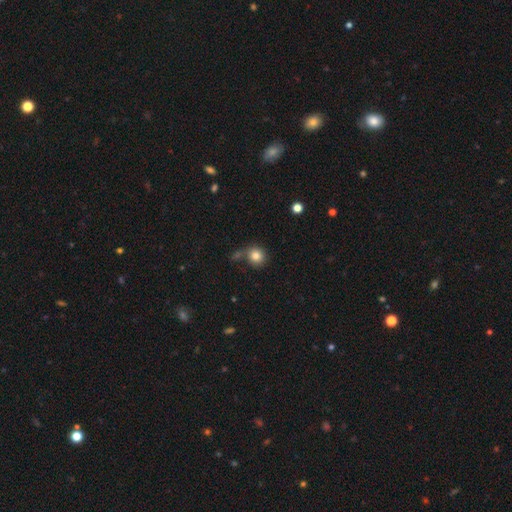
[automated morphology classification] smooth 82%, star or artifact 11%, featured or disk 8%. Down the decision tree: how rounded — round (88%); merging — none (63%).